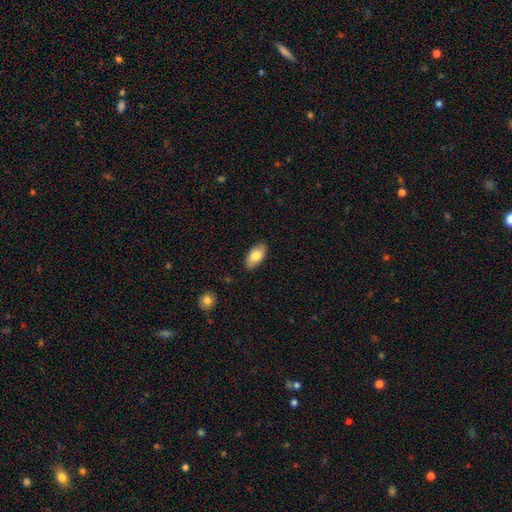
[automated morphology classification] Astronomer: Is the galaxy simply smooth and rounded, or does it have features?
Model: smooth — 81%.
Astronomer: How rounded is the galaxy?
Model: in between — 93%.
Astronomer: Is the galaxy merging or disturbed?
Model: none — 87%.